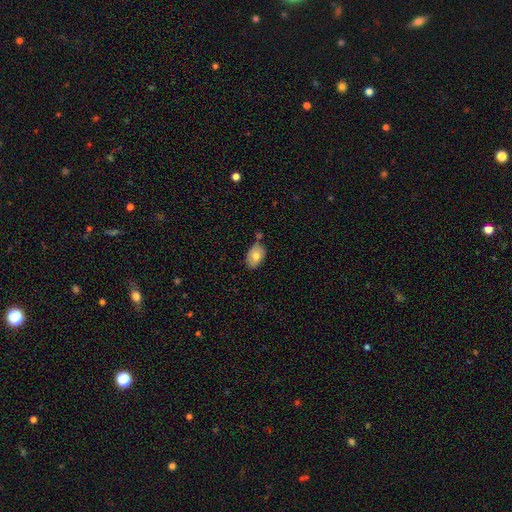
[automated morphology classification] Smooth or featured: smooth — 71% (featured or disk — 22%)
How rounded: in between — 87% (round — 11%)
Merging: none — 64% (minor disturbance — 21%)